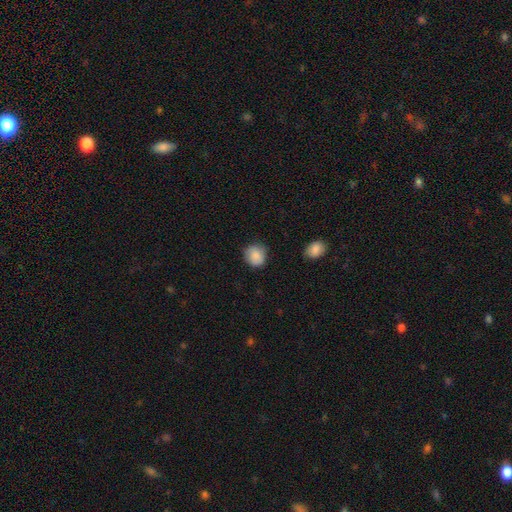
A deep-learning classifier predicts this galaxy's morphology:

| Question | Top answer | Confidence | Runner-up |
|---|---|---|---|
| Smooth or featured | smooth | 87% | star or artifact (8%) |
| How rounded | round | 84% | in between (15%) |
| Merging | none | 77% | minor disturbance (18%) |